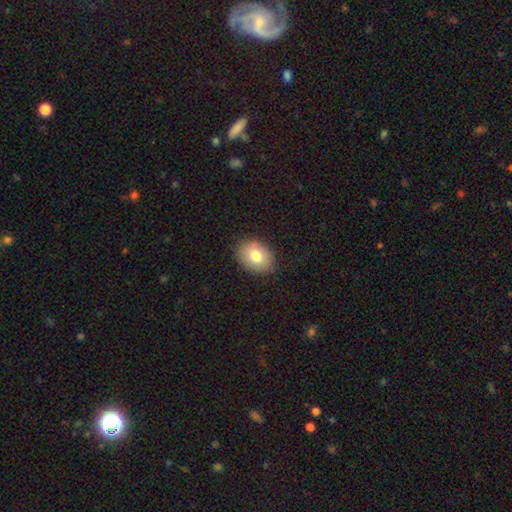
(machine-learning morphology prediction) A smooth galaxy with no disk features (78%) that is in between round and cigar-shaped (71%).

Vote fractions:
- Smooth or featured? smooth: 78% / featured or disk: 14% / star or artifact: 8%
- How rounded? in between: 71% / round: 28% / cigar-shaped: 1%
- Merging? none: 84% / minor disturbance: 12% / major disturbance: 3% / merger: 1%